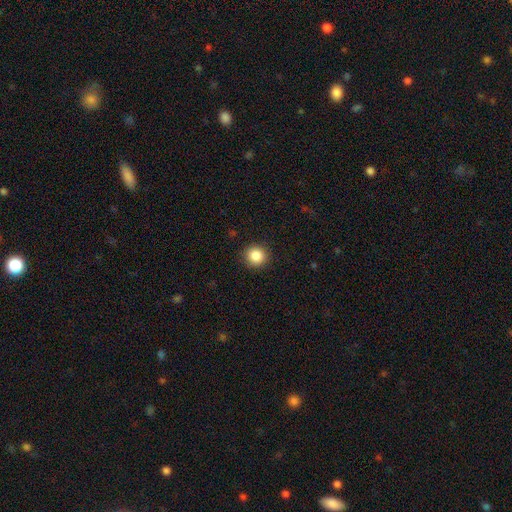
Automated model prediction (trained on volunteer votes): Smooth or featured: smooth — 86% (star or artifact — 10%)
How rounded: round — 94% (in between — 5%)
Merging: none — 91% (minor disturbance — 6%)